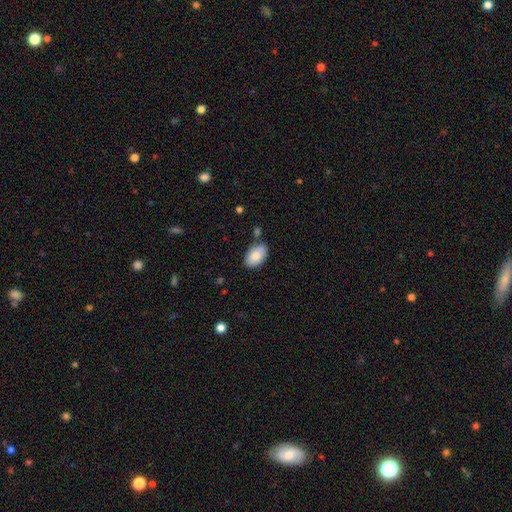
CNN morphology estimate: Smooth or featured? Predicted: smooth (p=0.85). How rounded? Predicted: in between (p=0.94). Merging? Predicted: none (p=0.76).